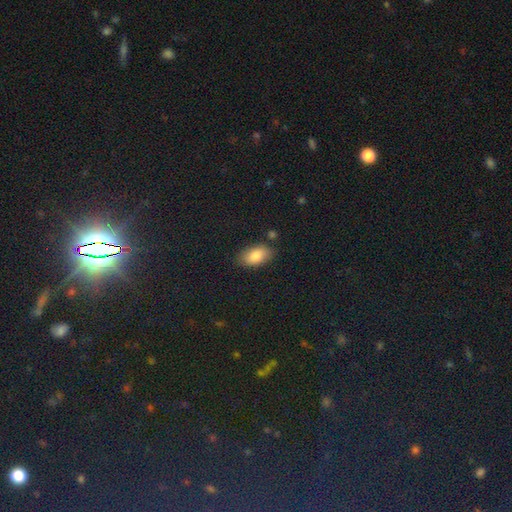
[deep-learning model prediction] Smooth or featured: smooth — 83% (featured or disk — 9%)
How rounded: in between — 92% (round — 5%)
Merging: none — 81% (minor disturbance — 13%)